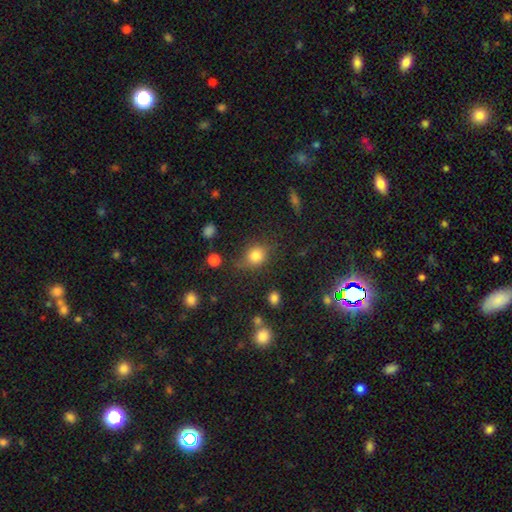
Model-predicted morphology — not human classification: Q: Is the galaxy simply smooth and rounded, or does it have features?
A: smooth — 79%.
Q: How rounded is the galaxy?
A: round — 76%.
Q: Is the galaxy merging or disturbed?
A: none — 67%.